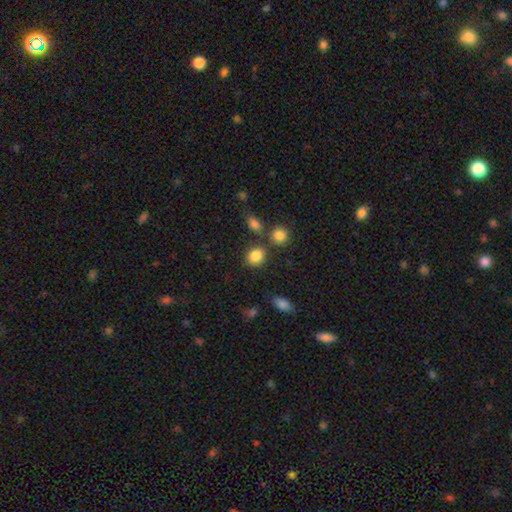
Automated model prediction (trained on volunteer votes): Overall: smooth (85%). How rounded: round (53%; in between 46%). Merging: none (73%).